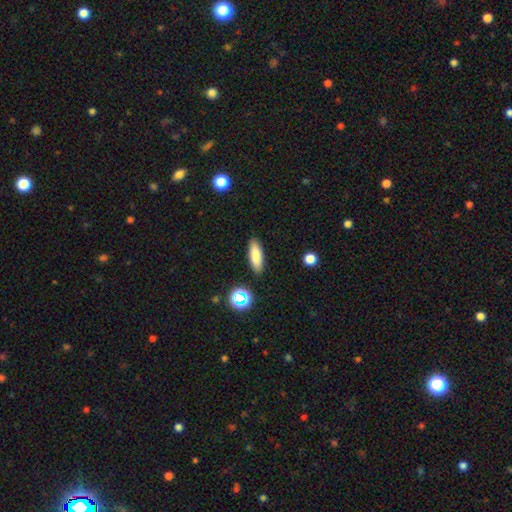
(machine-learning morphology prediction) Smooth or featured? Predicted: smooth (p=0.81). How rounded? Predicted: in between (p=0.54). Merging? Predicted: none (p=0.88).